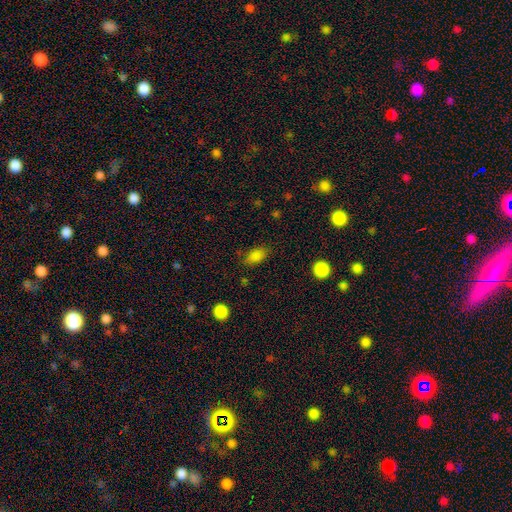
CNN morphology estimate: The model was most divided on "merging": none: 79%, minor disturbance: 15%, major disturbance: 4%, merger: 2%. More confident: how rounded — in between (87%); smooth or featured — smooth (84%).